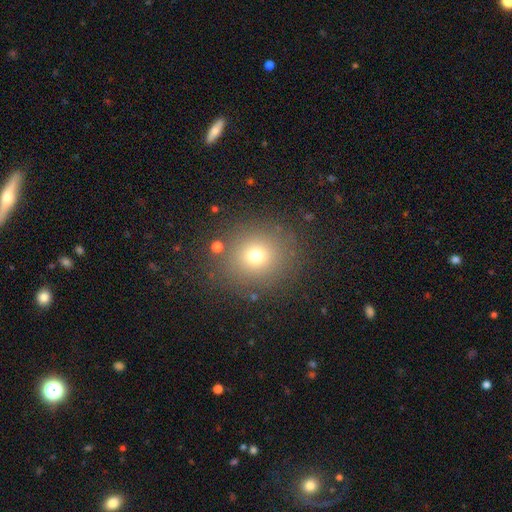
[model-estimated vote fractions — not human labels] Overall: smooth (71%). How rounded: round (89%). Merging: none (86%).